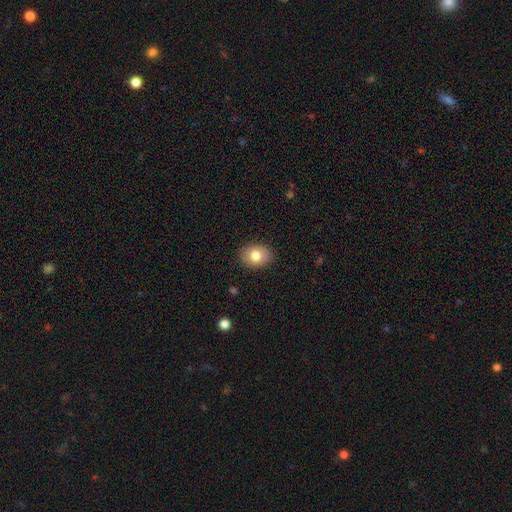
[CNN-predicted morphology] Smooth or featured?
  - smooth: 80% *
  - featured or disk: 12%
  - star or artifact: 9%
How rounded?
  - in between: 57% *
  - round: 42%
  - cigar-shaped: 1%
Merging?
  - none: 89% *
  - minor disturbance: 8%
  - major disturbance: 2%
  - merger: 1%